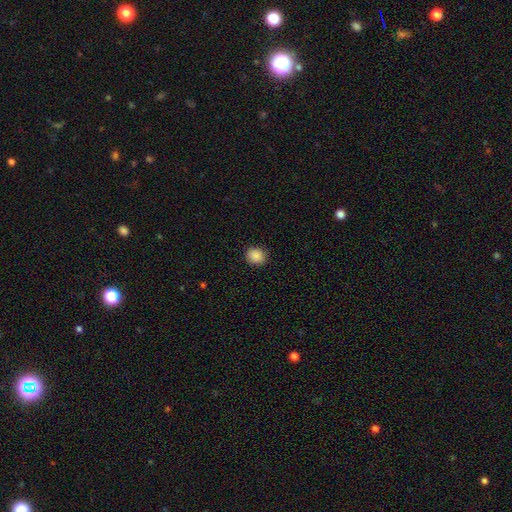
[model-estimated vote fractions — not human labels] Smooth or featured?
  - smooth: 88% *
  - star or artifact: 9%
  - featured or disk: 3%
How rounded?
  - round: 68% *
  - in between: 32%
  - cigar-shaped: 1%
Merging?
  - none: 89% *
  - minor disturbance: 8%
  - major disturbance: 2%
  - merger: 1%